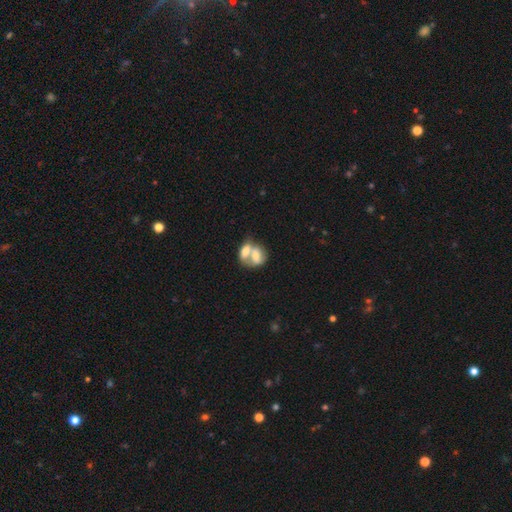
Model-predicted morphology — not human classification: Smooth or featured? smooth (62%)
How rounded? in between (72%)
Merging? merger (75%)